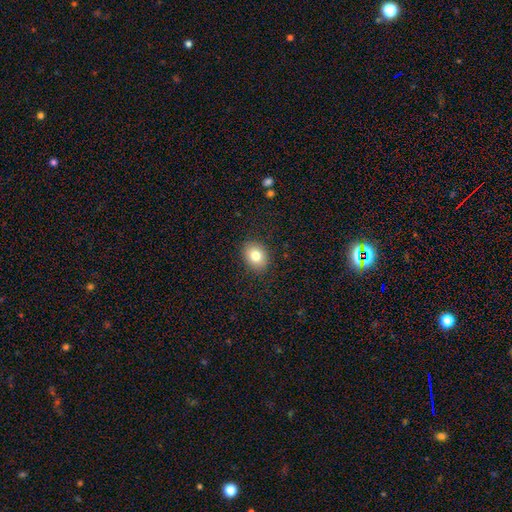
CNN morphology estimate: A smooth galaxy with no disk features (80%) that is in between round and cigar-shaped (54%). Merging: none (89%).